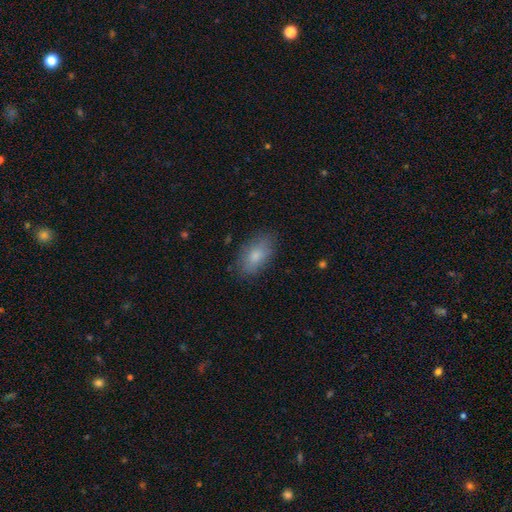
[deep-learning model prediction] The model was most divided on "merging": none: 80%, minor disturbance: 15%, major disturbance: 4%, merger: 1%. More confident: how rounded — in between (91%); smooth or featured — smooth (80%).